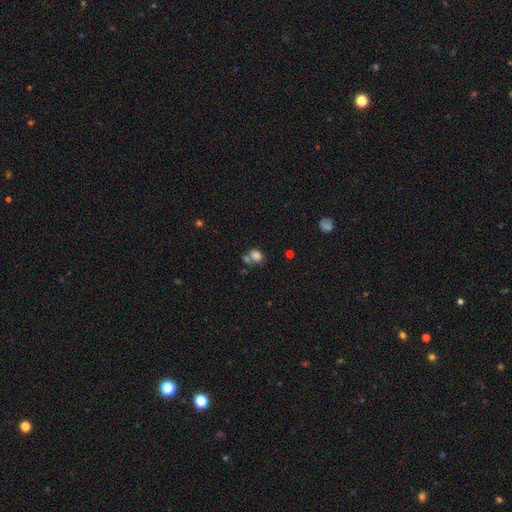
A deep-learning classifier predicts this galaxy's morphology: Smooth or featured? smooth (78%)
How rounded? in between (56%)
Merging? none (44%)